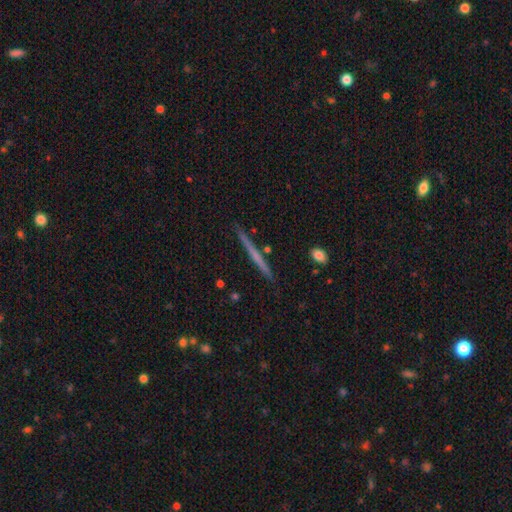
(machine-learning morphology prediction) This is possibly a featured or disk galaxy (52%). It is clearly viewed edge-on (98%). Edge-on bulge: clearly none (87%). Merging: clearly none (90%).